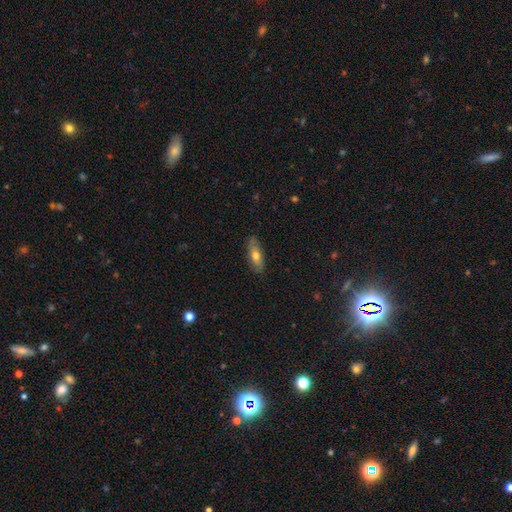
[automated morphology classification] Overall: smooth (64%; featured or disk 30%). How rounded: in between (67%; cigar-shaped 30%). Merging: none (83%).